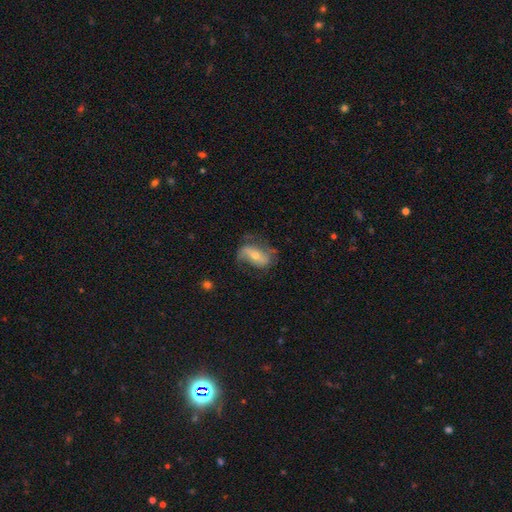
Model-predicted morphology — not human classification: Smooth or featured? Predicted: featured or disk (p=0.64). Edge-on disk? Predicted: no (p=0.91). Bar? Predicted: strong (p=0.39). Spiral arms? Predicted: yes (p=0.79). Bulge size? Predicted: moderate (p=0.49). Merging? Predicted: none (p=0.58).